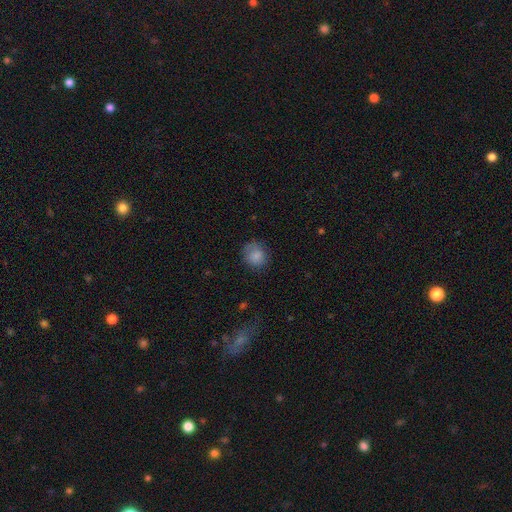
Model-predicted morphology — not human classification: This appears to be a smooth galaxy with no disk features (83%) that is round (81%). Merging: none (72%).